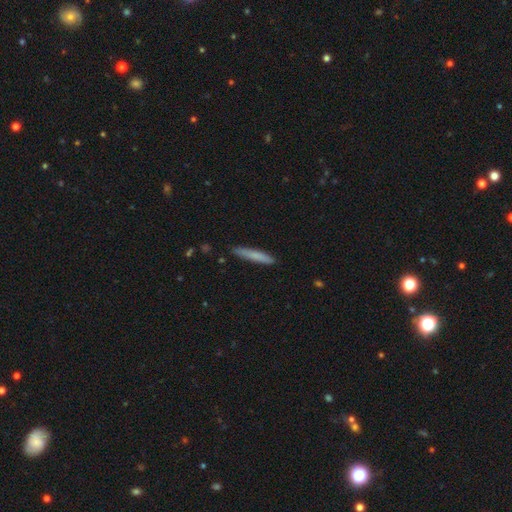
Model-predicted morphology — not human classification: Q: Smooth or featured?
A: smooth (75%); runner-up: featured or disk (19%)
Q: How rounded?
A: cigar-shaped (95%); runner-up: in between (4%)
Q: Merging?
A: none (89%); runner-up: minor disturbance (8%)